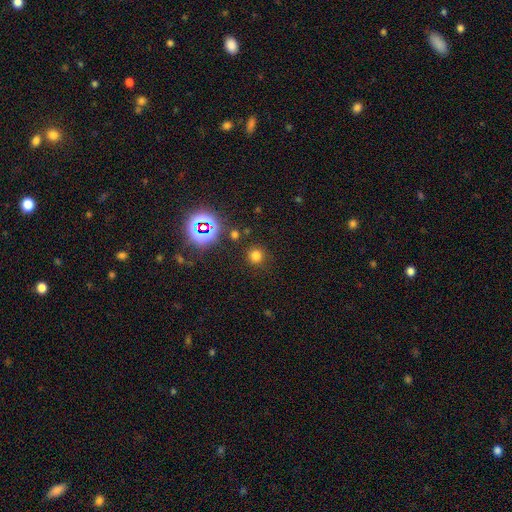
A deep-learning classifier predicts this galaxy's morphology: Smooth or featured: smooth — 71% (star or artifact — 24%)
How rounded: round — 92% (in between — 7%)
Merging: none — 87% (minor disturbance — 7%)